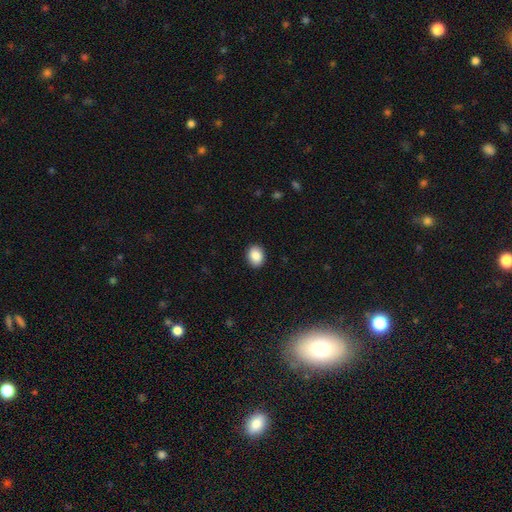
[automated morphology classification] Smooth or featured: smooth — 88% (star or artifact — 8%)
How rounded: in between — 58% (round — 41%)
Merging: none — 90% (minor disturbance — 7%)